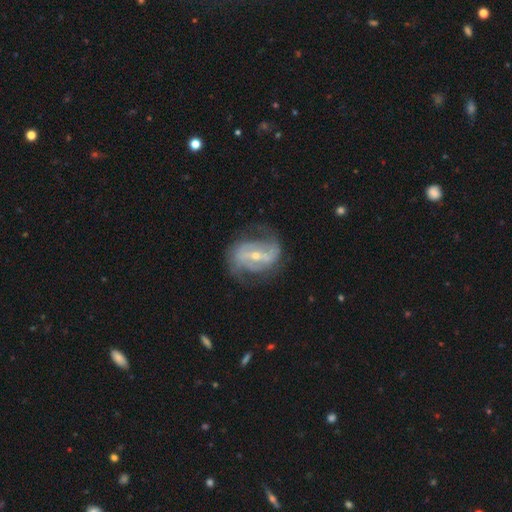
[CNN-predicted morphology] Smooth or featured?
  - featured or disk: 86% *
  - smooth: 9%
  - star or artifact: 6%
Edge-on disk?
  - no: 96% *
  - yes: 4%
Bar?
  - strong: 52% *
  - weak: 34%
  - no: 14%
Spiral arms?
  - yes: 90% *
  - no: 10%
Spiral winding?
  - medium: 45% *
  - loose: 29%
  - tight: 26%
Spiral arm count?
  - 2: 72% *
  - can't tell: 13%
  - 3: 7%
  - 1: 4%
  - 4: 2%
  - more than 4: 2%
Bulge size?
  - small: 57% *
  - moderate: 40%
  - large: 1%
  - none: 1%
  - dominant: 1%
Merging?
  - none: 64% *
  - minor disturbance: 20%
  - major disturbance: 14%
  - merger: 2%